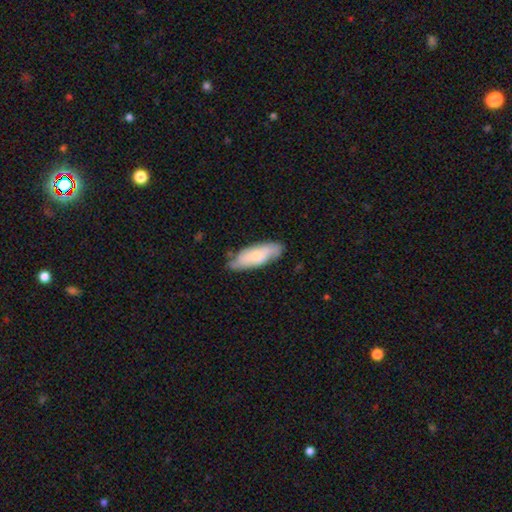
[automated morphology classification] Q: Smooth or featured?
A: smooth (57%); runner-up: featured or disk (37%)
Q: How rounded?
A: in between (69%); runner-up: cigar-shaped (29%)
Q: Merging?
A: none (70%); runner-up: minor disturbance (23%)